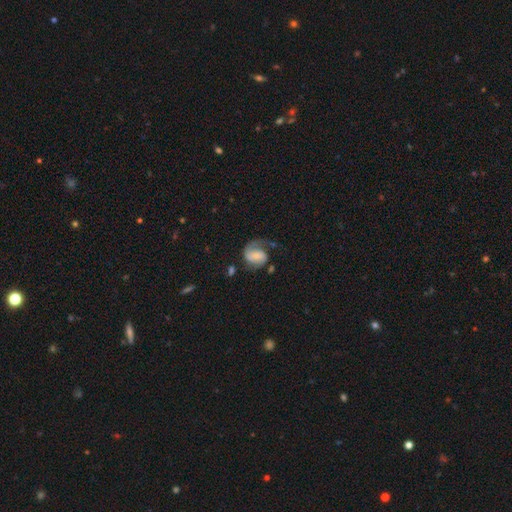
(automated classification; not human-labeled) Q: Smooth or featured?
A: featured or disk (69%); runner-up: smooth (24%)
Q: Edge-on disk?
A: no (98%); runner-up: yes (2%)
Q: Bar?
A: no (48%); runner-up: weak (38%)
Q: Spiral arms?
A: yes (92%); runner-up: no (8%)
Q: Spiral winding?
A: medium (43%); runner-up: loose (34%)
Q: Spiral arm count?
A: 2 (47%); runner-up: 1 (46%)
Q: Bulge size?
A: small (40%); runner-up: moderate (24%)
Q: Merging?
A: none (44%); runner-up: major disturbance (31%)